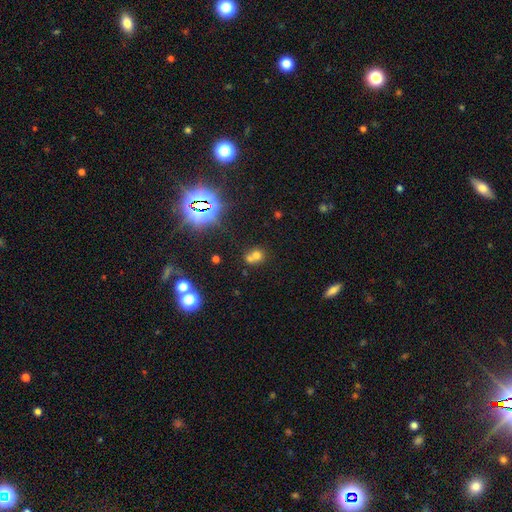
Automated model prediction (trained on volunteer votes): The model was most divided on "merging": merger: 53%, none: 37%, minor disturbance: 7%, major disturbance: 3%. More confident: how rounded — round (77%); smooth or featured — smooth (62%).